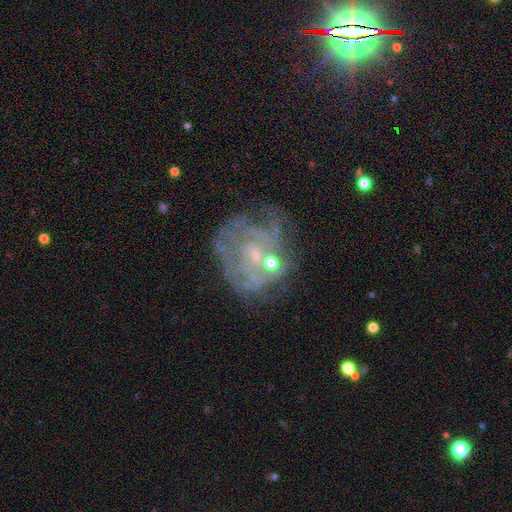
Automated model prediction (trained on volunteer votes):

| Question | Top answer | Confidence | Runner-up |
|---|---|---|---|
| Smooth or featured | featured or disk | 71% | smooth (15%) |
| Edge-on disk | no | 98% | yes (2%) |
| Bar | no | 69% | weak (25%) |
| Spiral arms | yes | 65% | no (35%) |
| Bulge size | small | 68% | moderate (18%) |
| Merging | none | 51% | minor disturbance (20%) |